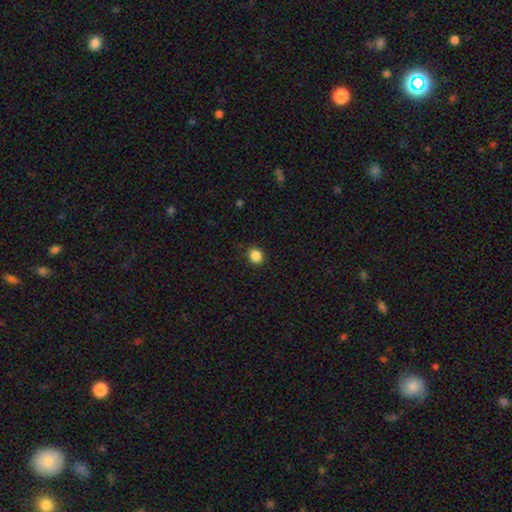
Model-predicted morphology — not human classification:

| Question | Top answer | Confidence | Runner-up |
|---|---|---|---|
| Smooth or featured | smooth | 86% | star or artifact (11%) |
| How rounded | round | 70% | in between (29%) |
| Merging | none | 87% | minor disturbance (9%) |